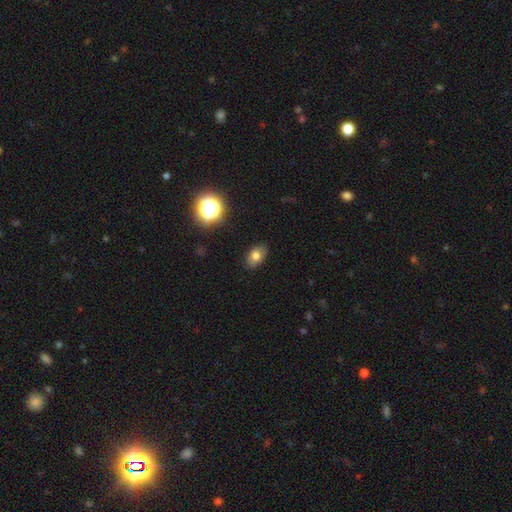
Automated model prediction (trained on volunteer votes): This is likely a smooth galaxy (73%). How rounded: clearly in between (83%). Merging: clearly none (85%).